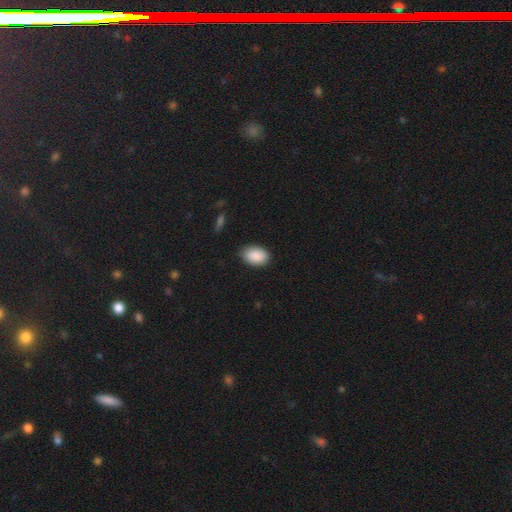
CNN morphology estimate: Overall: smooth (90%). How rounded: in between (90%). Merging: none (84%).